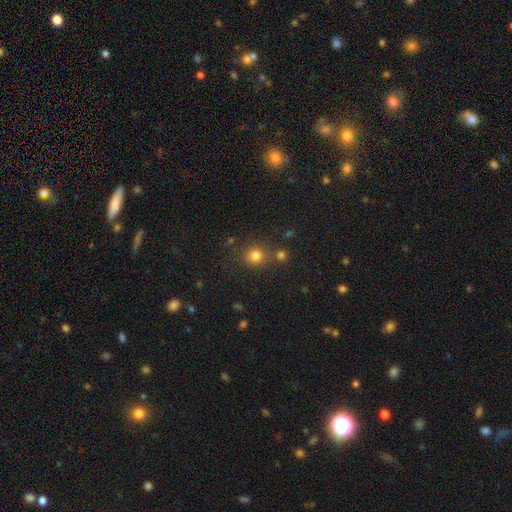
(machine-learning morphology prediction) A smooth galaxy with no disk features (78%) that is round (88%). Merging: none (74%).